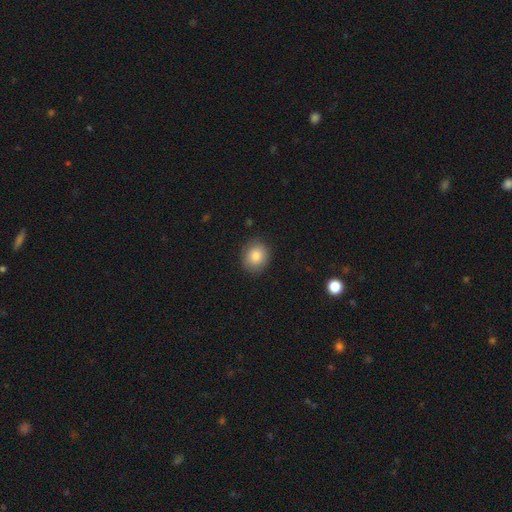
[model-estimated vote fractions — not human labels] A smooth galaxy with no disk features (85%) that is round (69%).

Vote fractions:
- Smooth or featured? smooth: 85% / star or artifact: 8% / featured or disk: 7%
- How rounded? round: 69% / in between: 30% / cigar-shaped: 1%
- Merging? none: 85% / minor disturbance: 11% / major disturbance: 3% / merger: 1%